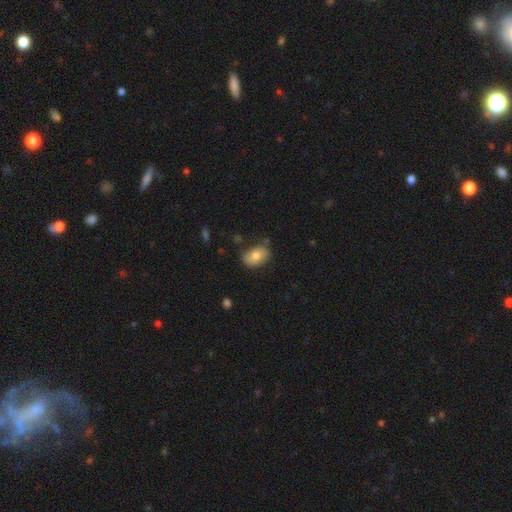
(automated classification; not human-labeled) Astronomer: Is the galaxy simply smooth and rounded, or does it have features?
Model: smooth — 75%.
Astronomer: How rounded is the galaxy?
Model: in between — 86%.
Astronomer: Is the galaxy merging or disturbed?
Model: none — 74%.